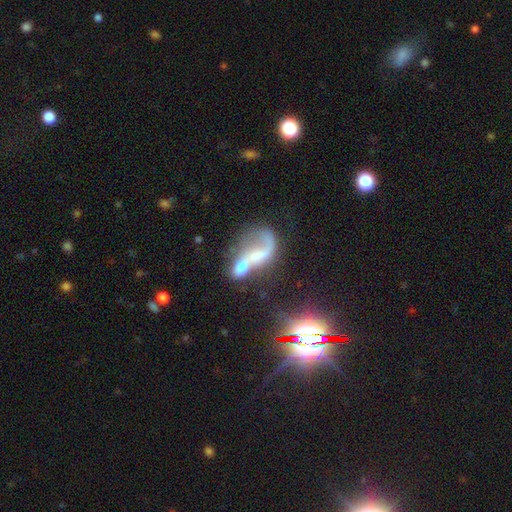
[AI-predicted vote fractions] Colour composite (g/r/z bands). It shows a featured or disk galaxy (59%) with no bar (61%), spiral arms (64%) and no central bulge (33%). Merging: merger (54%).